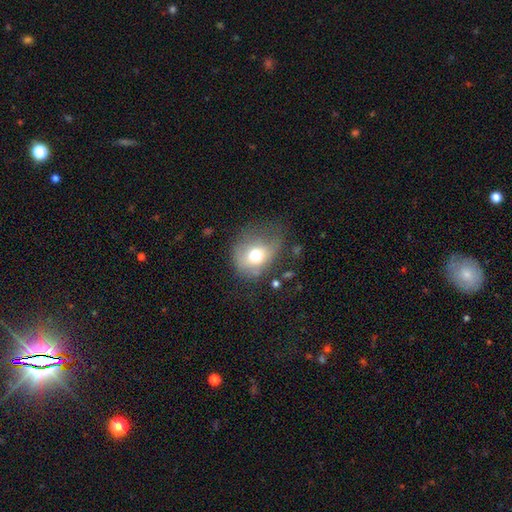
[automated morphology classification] A smooth galaxy with no disk features (66%) that is round (60%).

Vote fractions:
- Smooth or featured? smooth: 66% / featured or disk: 23% / star or artifact: 11%
- How rounded? round: 60% / in between: 39% / cigar-shaped: 1%
- Merging? none: 38% / minor disturbance: 31% / major disturbance: 28% / merger: 3%